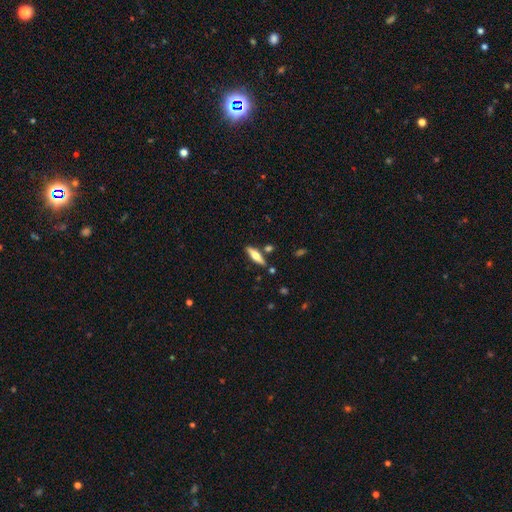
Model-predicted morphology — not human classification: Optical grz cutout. It shows a featured or disk galaxy (49%). Merging: none (81%).